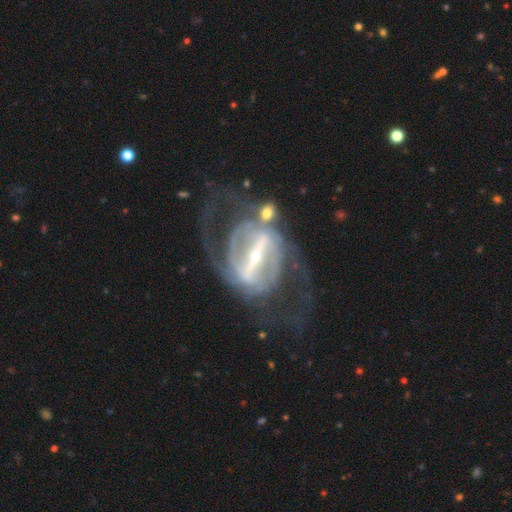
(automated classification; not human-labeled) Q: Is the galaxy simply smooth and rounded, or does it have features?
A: featured or disk — 91%.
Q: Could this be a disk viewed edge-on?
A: no — 95%.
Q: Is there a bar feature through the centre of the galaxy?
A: strong — 84%.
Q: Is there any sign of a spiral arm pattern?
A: yes — 90%.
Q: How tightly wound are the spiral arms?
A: medium — 46%.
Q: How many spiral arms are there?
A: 2 — 71%.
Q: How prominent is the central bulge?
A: small — 74%.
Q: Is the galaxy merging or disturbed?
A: none — 54%.